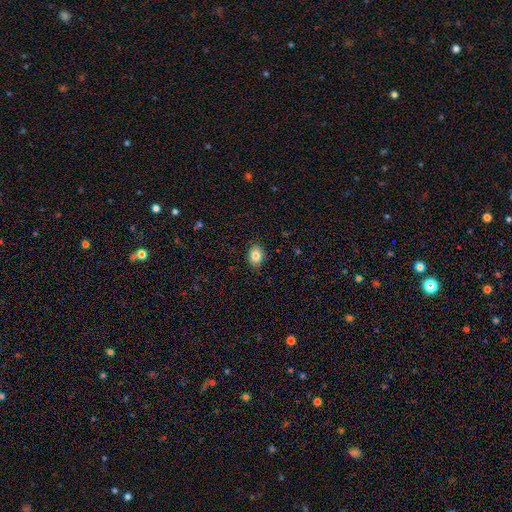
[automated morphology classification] The model was most divided on "how rounded": in between: 66%, round: 32%, cigar-shaped: 1%. More confident: merging — none (87%); smooth or featured — smooth (84%).